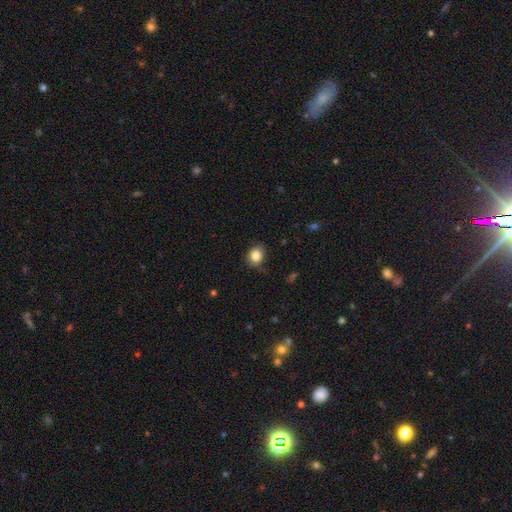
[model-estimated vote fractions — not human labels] Smooth or featured: smooth — 83% (star or artifact — 10%)
How rounded: round — 60% (in between — 39%)
Merging: none — 80% (minor disturbance — 16%)